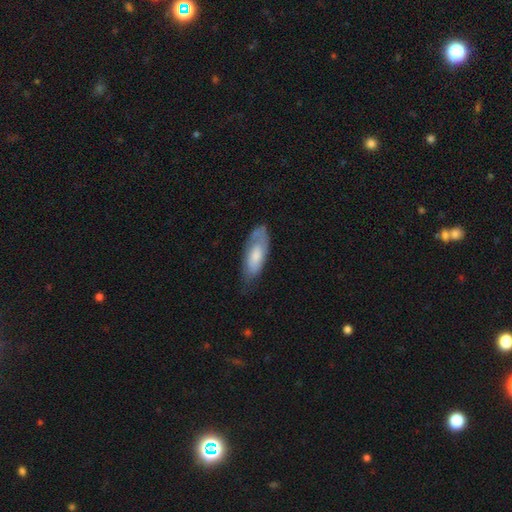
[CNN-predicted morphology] type=smooth (58%); roundness=in between (76%); merging=none (56%).